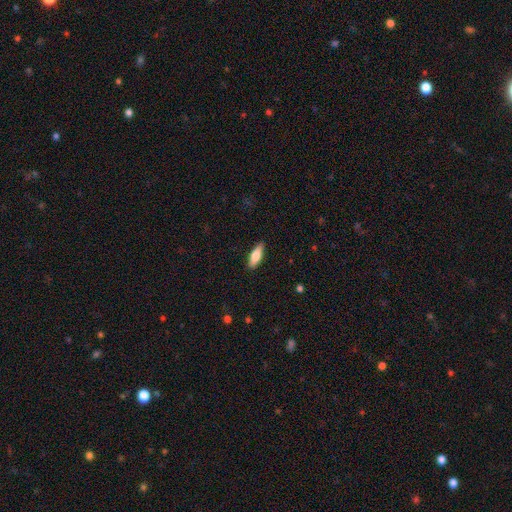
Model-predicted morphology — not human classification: Smooth or featured?
  - smooth: 67% *
  - featured or disk: 27%
  - star or artifact: 6%
How rounded?
  - in between: 56% *
  - cigar-shaped: 42%
  - round: 2%
Merging?
  - none: 88% *
  - minor disturbance: 9%
  - major disturbance: 2%
  - merger: 1%